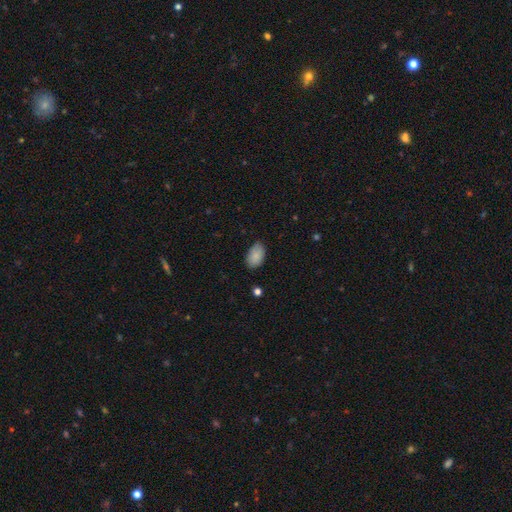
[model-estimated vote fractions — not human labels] A smooth galaxy with no disk features (88%) that is in between round and cigar-shaped (92%).

Vote fractions:
- Smooth or featured? smooth: 88% / star or artifact: 7% / featured or disk: 5%
- How rounded? in between: 92% / round: 7% / cigar-shaped: 1%
- Merging? none: 82% / minor disturbance: 15% / major disturbance: 2% / merger: 1%